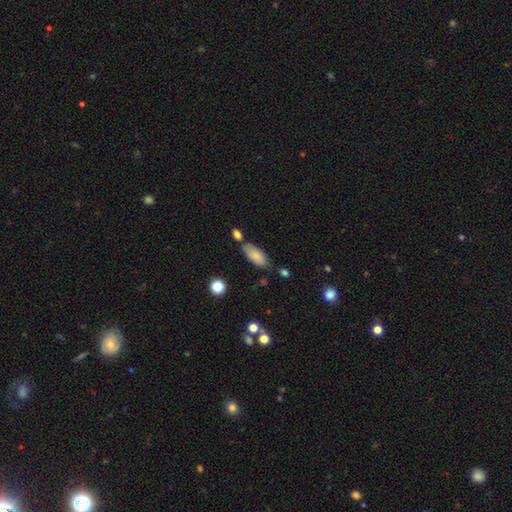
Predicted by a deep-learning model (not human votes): Overall: smooth (81%). How rounded: in between (85%). Merging: none (65%).